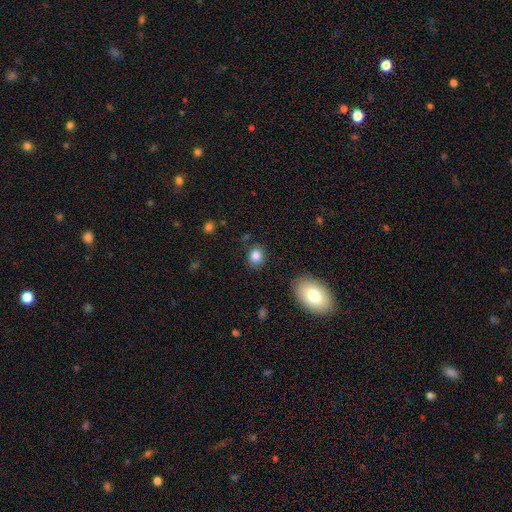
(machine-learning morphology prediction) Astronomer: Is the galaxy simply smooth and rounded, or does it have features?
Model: smooth — 84%.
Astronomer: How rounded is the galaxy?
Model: round — 55% (runner-up: in between, 44%).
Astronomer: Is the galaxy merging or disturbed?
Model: none — 85%.